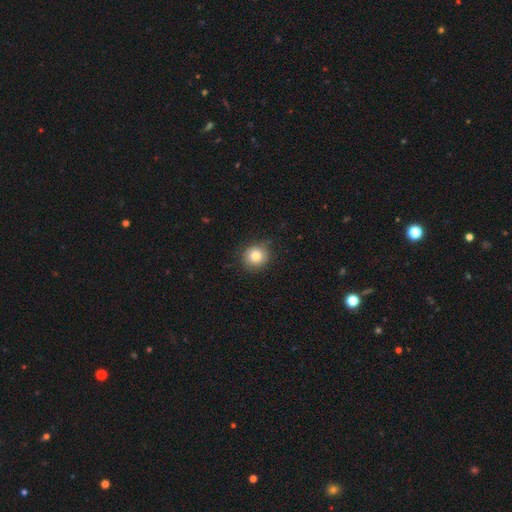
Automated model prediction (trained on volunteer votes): Morphology: type=smooth (82%); roundness=round (87%); merging=none (84%).